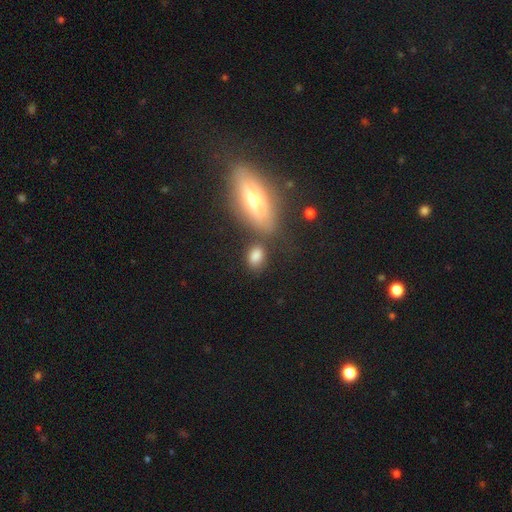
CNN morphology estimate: type=smooth (79%); roundness=in between (75%); merging=none (67%).